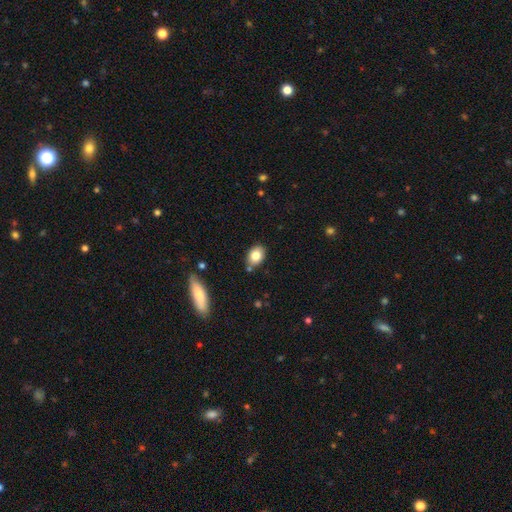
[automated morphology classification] This appears to be a smooth galaxy with no disk features (83%) that is in between round and cigar-shaped (77%). Merging: none (79%).